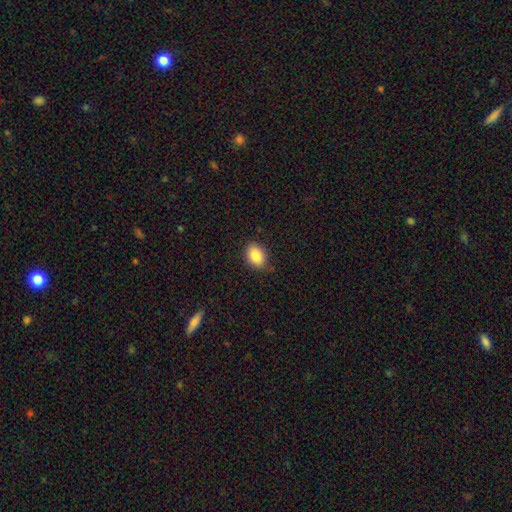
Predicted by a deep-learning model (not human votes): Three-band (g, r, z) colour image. It shows a smooth galaxy with no disk features (84%) that is in between round and cigar-shaped (72%). Merging: none (81%).